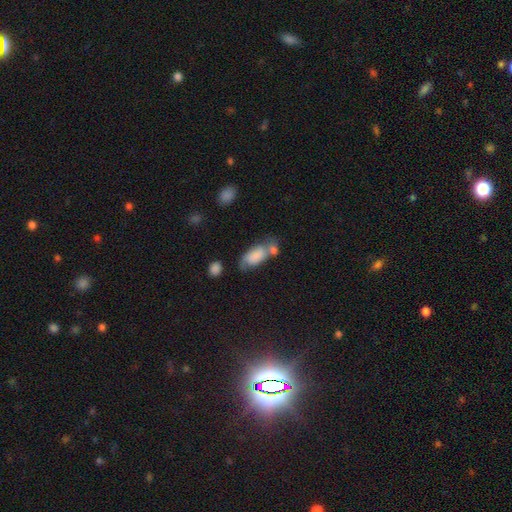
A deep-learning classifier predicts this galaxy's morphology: The model was most divided on "merging": none: 38%, merger: 29%, minor disturbance: 22%, major disturbance: 11%. More confident: how rounded — in between (89%); smooth or featured — smooth (75%).